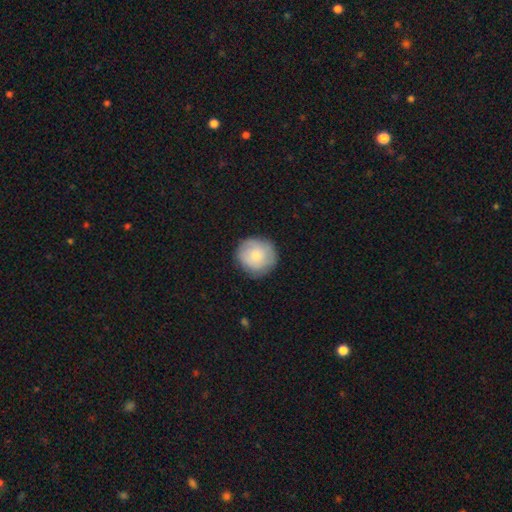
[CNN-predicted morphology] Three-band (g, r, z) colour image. It shows a smooth galaxy with no disk features (73%) that is round (92%). Merging: none (84%).